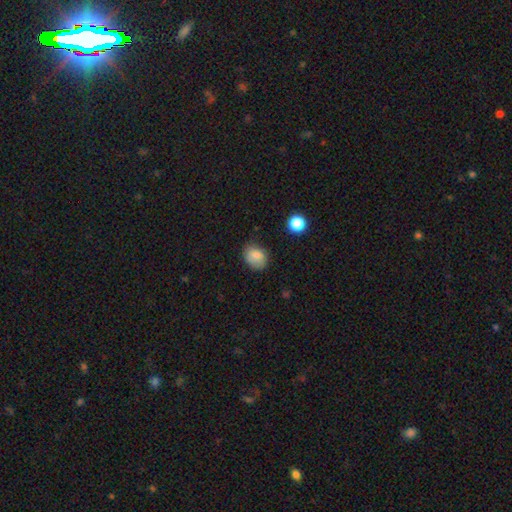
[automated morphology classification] A smooth galaxy with no disk features (84%) that is in between round and cigar-shaped (59%). Merging: none (72%).